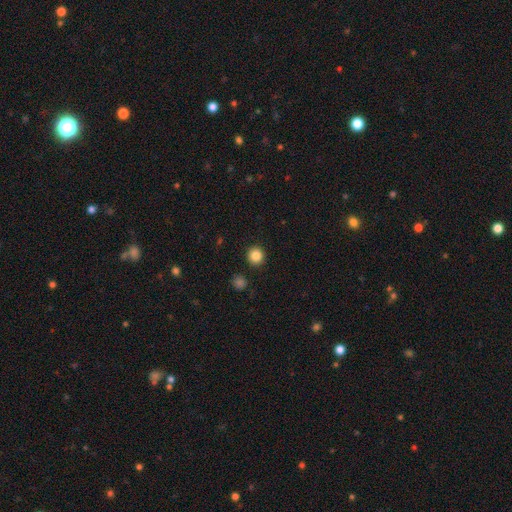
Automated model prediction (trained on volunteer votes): Smooth or featured? smooth (85%)
How rounded? round (93%)
Merging? none (92%)